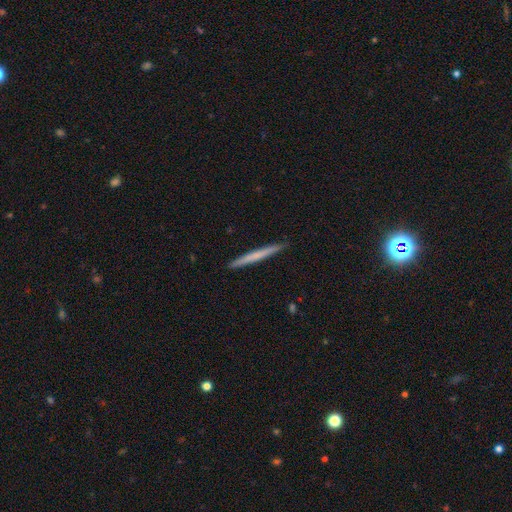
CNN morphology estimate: Smooth or featured? smooth (58%)
How rounded? cigar-shaped (97%)
Merging? none (92%)